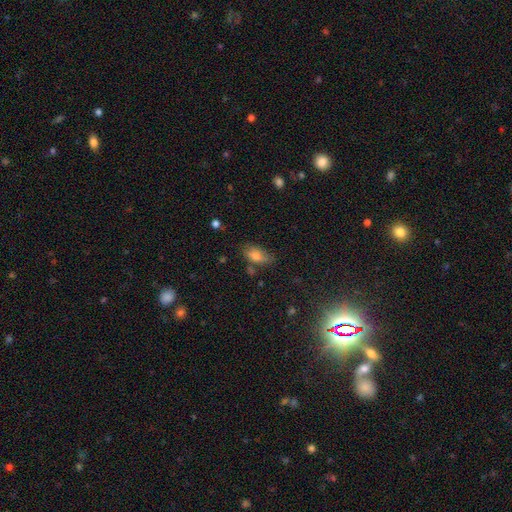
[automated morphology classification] smooth-or-featured: smooth: 77% | featured or disk: 13% | star or artifact: 10%
  how-rounded: in between: 86% | cigar-shaped: 9% | round: 4%
  merging: none: 63% | minor disturbance: 25% | major disturbance: 6% | merger: 6%